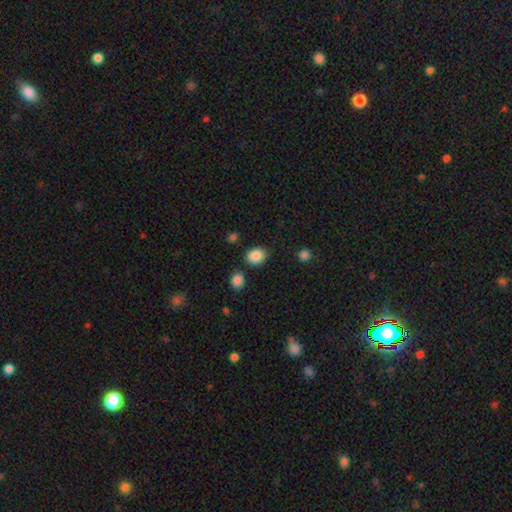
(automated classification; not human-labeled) Smooth or featured: smooth — 87% (star or artifact — 9%)
How rounded: round — 50% (in between — 49%)
Merging: none — 81% (minor disturbance — 11%)